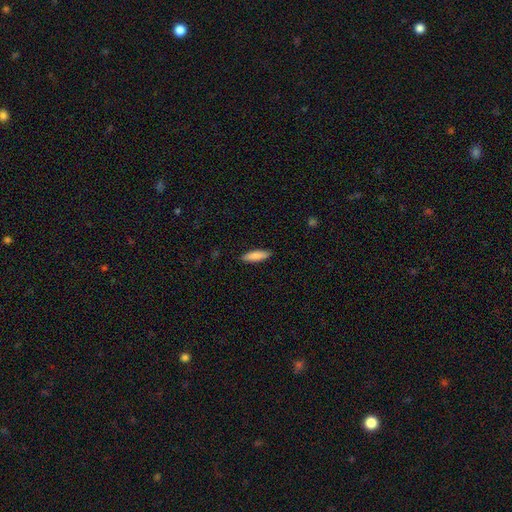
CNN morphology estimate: Overall: smooth (85%). How rounded: cigar-shaped (58%; in between 40%). Merging: none (89%).